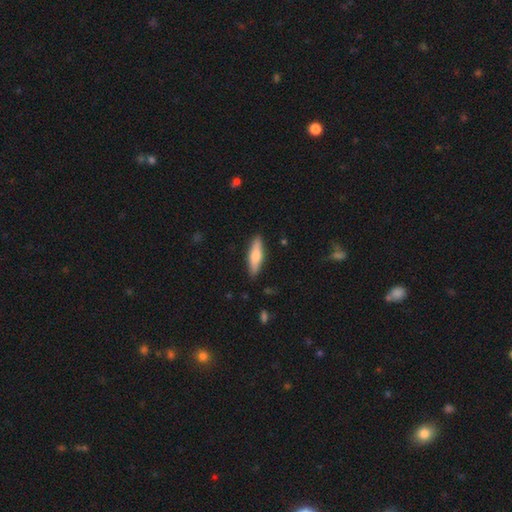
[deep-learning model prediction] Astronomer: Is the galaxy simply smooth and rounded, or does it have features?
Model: smooth — 66%.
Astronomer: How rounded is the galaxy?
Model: cigar-shaped — 67%.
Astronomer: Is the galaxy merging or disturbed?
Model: none — 88%.